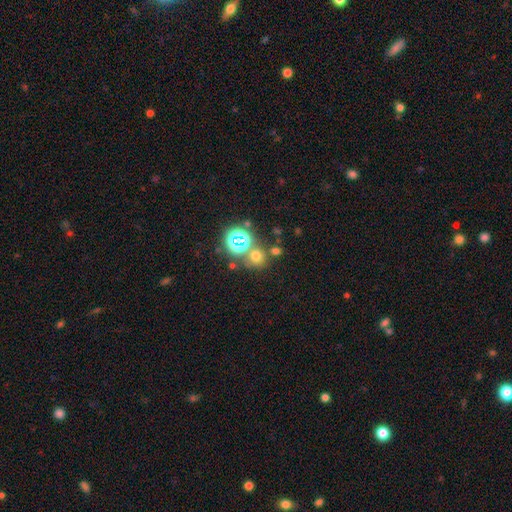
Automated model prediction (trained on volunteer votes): Smooth or featured?
  - smooth: 59% *
  - star or artifact: 33%
  - featured or disk: 8%
How rounded?
  - round: 86% *
  - in between: 13%
  - cigar-shaped: 1%
Merging?
  - none: 69% *
  - merger: 18%
  - minor disturbance: 9%
  - major disturbance: 4%